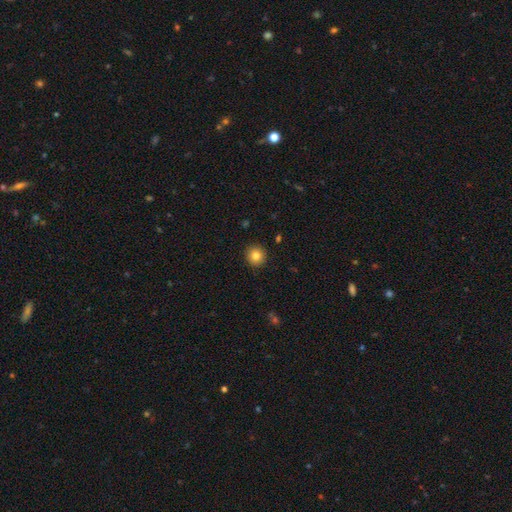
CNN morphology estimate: A smooth galaxy with no disk features (84%) that is round (93%). Merging: none (92%).